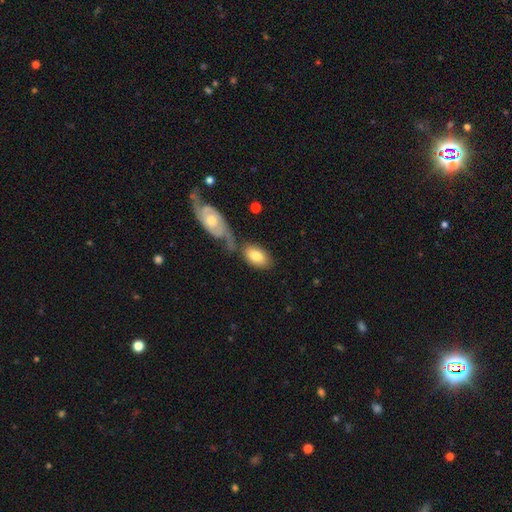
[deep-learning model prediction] A smooth galaxy with no disk features (78%) that is in between round and cigar-shaped (93%). Merging: none (51%).